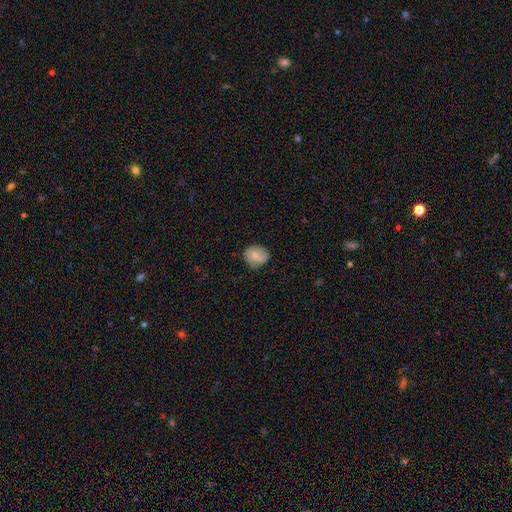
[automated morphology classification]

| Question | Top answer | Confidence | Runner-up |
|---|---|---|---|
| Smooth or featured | smooth | 59% | featured or disk (34%) |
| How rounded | round | 67% | in between (31%) |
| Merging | none | 73% | minor disturbance (21%) |